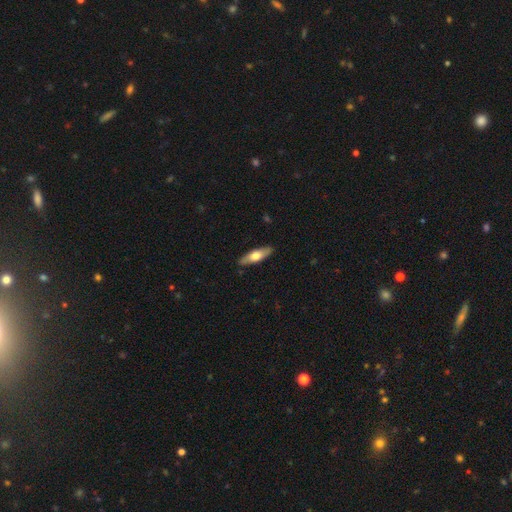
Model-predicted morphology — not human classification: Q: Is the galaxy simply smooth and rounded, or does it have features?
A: smooth — 59%.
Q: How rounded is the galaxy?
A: cigar-shaped — 54%.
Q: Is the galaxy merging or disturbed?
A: none — 88%.